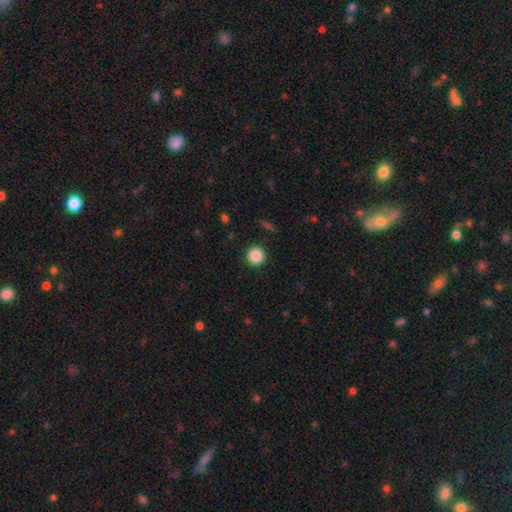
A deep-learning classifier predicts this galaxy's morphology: type=smooth (88%); roundness=round (95%); merging=none (92%).